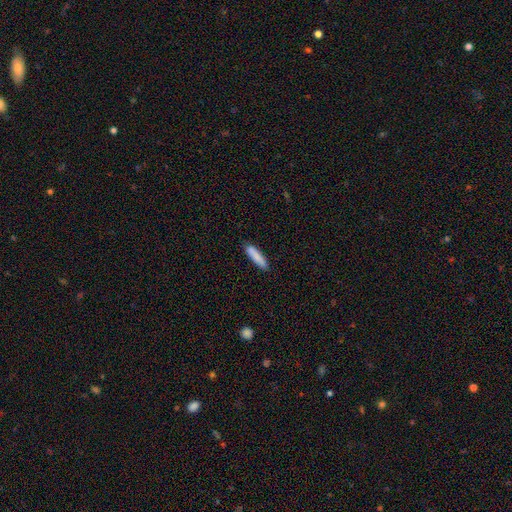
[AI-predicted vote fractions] Smooth or featured? Predicted: smooth (p=0.86). How rounded? Predicted: cigar-shaped (p=0.81). Merging? Predicted: none (p=0.87).